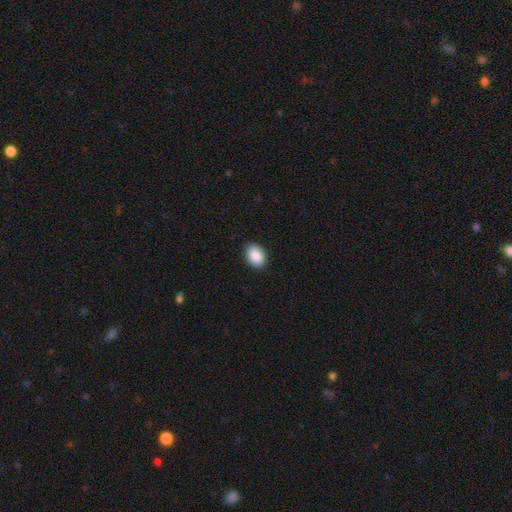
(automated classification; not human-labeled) Smooth or featured: smooth — 89% (star or artifact — 7%)
How rounded: in between — 78% (round — 21%)
Merging: none — 90% (minor disturbance — 7%)